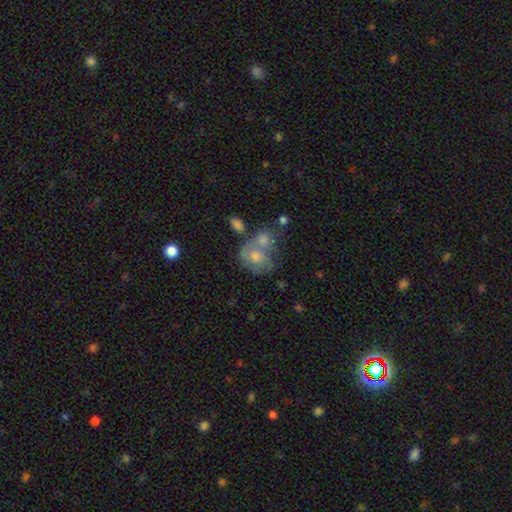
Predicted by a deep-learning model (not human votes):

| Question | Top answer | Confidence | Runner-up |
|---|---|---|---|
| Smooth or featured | smooth | 51% | featured or disk (38%) |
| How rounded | round | 57% | in between (41%) |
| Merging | merger | 44% | none (31%) |